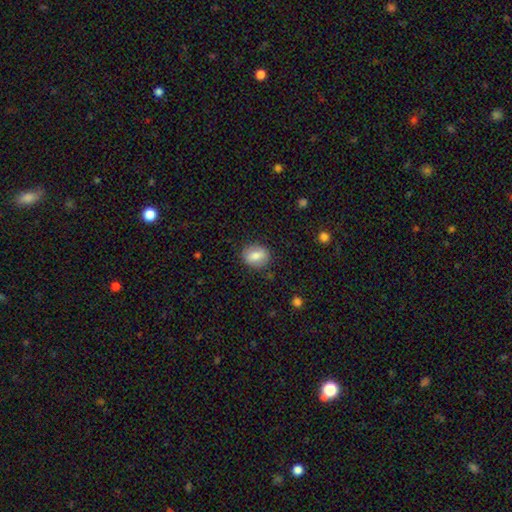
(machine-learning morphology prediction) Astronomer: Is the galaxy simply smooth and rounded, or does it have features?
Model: smooth — 79%.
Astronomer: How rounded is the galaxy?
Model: in between — 52% (runner-up: round, 47%).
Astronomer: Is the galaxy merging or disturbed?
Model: none — 84%.